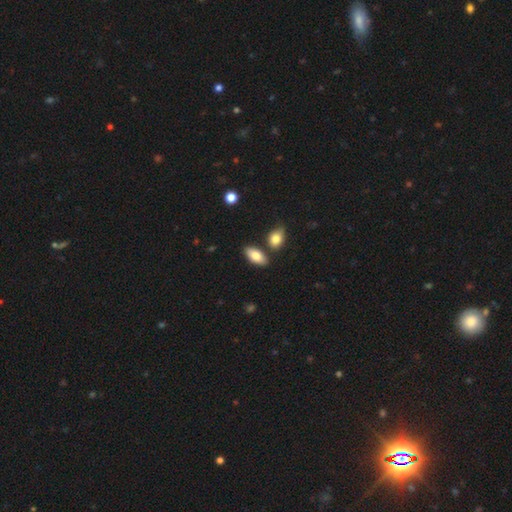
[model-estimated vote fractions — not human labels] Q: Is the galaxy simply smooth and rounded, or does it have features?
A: smooth — 80%.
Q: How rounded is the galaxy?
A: in between — 90%.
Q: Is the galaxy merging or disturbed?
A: none — 77%.